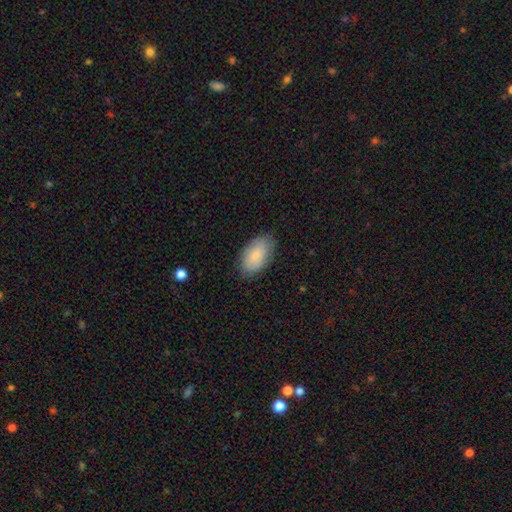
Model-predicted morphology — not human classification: smooth_or_featured: smooth (p=0.80) [alt: featured or disk p=0.14]
how_rounded: in between (p=0.94) [alt: round p=0.05]
merging: none (p=0.80) [alt: minor disturbance p=0.15]